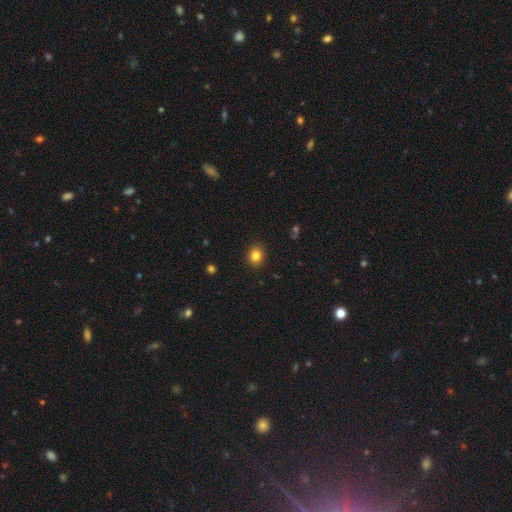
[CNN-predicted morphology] Q: Smooth or featured?
A: smooth (83%); runner-up: star or artifact (11%)
Q: How rounded?
A: round (67%); runner-up: in between (32%)
Q: Merging?
A: none (90%); runner-up: minor disturbance (7%)